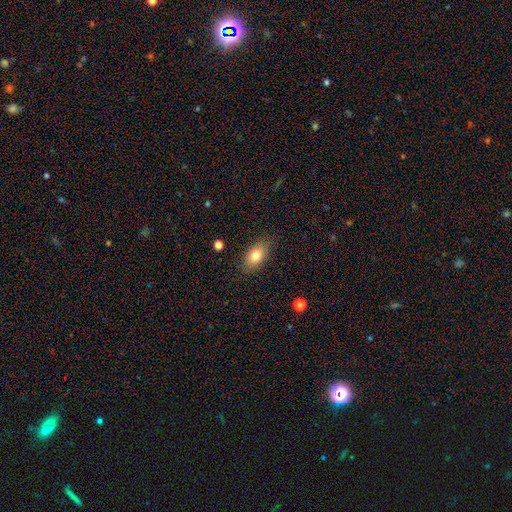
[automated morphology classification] Q: Smooth or featured?
A: smooth (78%); runner-up: featured or disk (14%)
Q: How rounded?
A: in between (86%); runner-up: round (9%)
Q: Merging?
A: none (83%); runner-up: minor disturbance (13%)